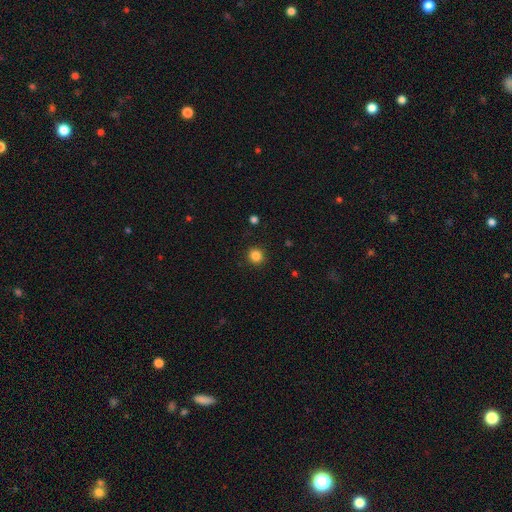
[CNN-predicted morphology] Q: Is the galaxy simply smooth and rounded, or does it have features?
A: smooth — 85%.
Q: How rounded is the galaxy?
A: round — 92%.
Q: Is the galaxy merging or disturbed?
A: none — 91%.